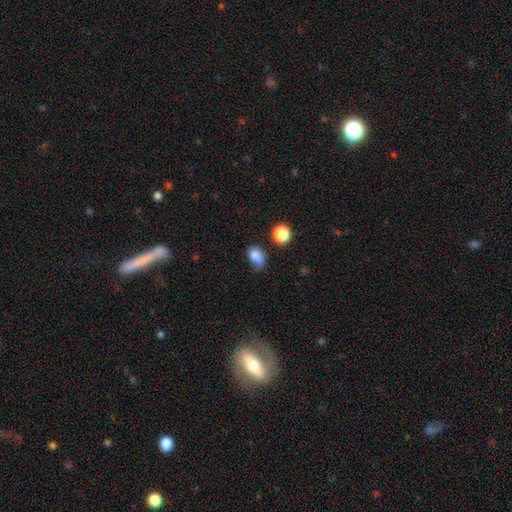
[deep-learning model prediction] A smooth galaxy with no disk features (79%) that is in between round and cigar-shaped (68%). Merging: none (39%).